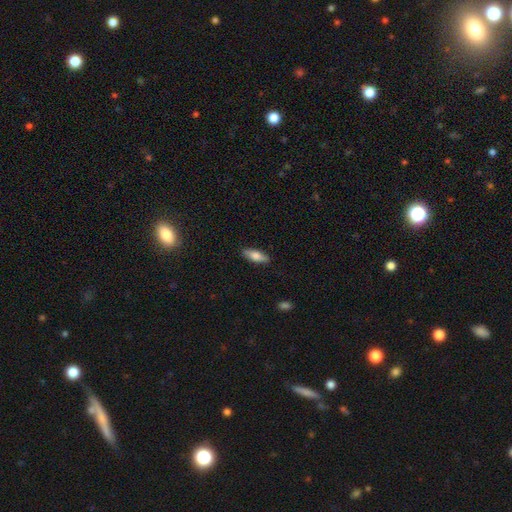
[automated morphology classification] Smooth or featured?
  - smooth: 73% *
  - featured or disk: 21%
  - star or artifact: 6%
How rounded?
  - in between: 58% *
  - cigar-shaped: 40%
  - round: 2%
Merging?
  - none: 87% *
  - minor disturbance: 10%
  - major disturbance: 2%
  - merger: 1%